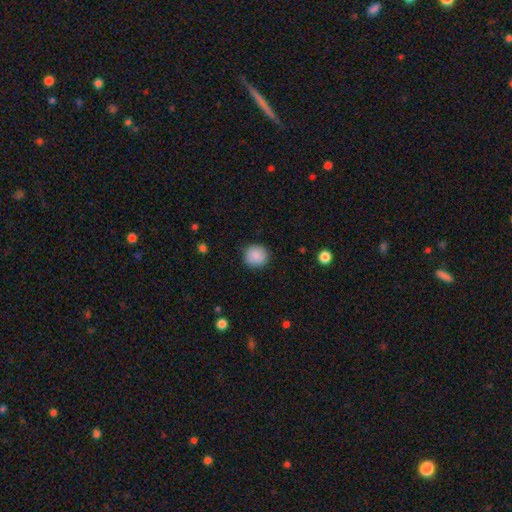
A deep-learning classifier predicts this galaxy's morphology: A smooth galaxy with no disk features (88%) that is round (92%). Merging: none (89%).